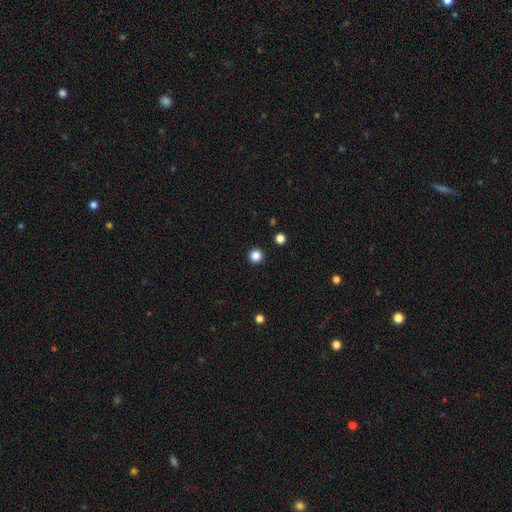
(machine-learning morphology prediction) smooth-or-featured: smooth: 85% | star or artifact: 12% | featured or disk: 3%
  how-rounded: round: 96% | in between: 3% | cigar-shaped: 1%
  merging: none: 94% | minor disturbance: 4% | major disturbance: 1% | merger: 1%